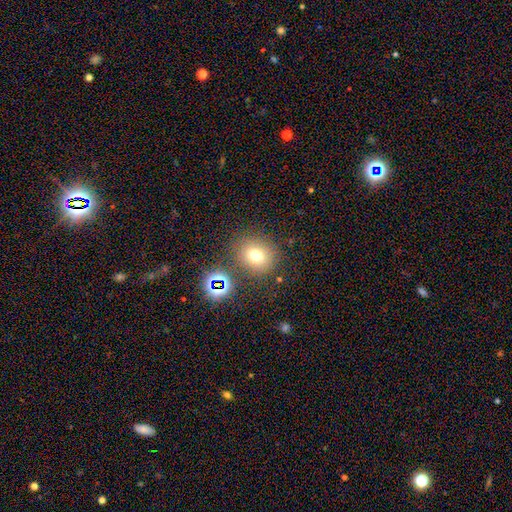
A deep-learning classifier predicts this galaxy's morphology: The model was most divided on "smooth or featured": smooth: 71%, star or artifact: 19%, featured or disk: 10%. More confident: merging — none (79%); how rounded — round (78%).